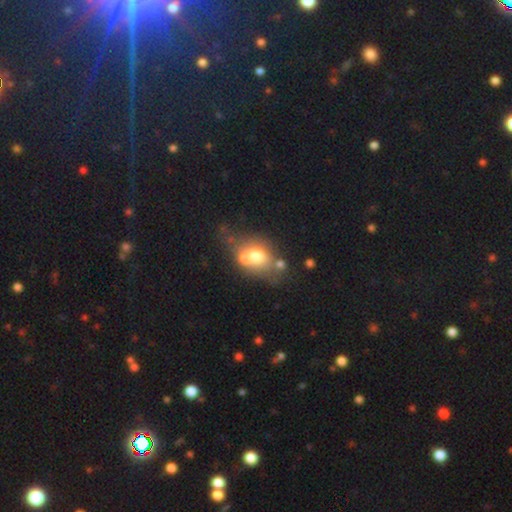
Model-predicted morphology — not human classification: This is possibly a smooth galaxy (59%). How rounded: possibly in between (60%). Merging: marginally merger (45%).